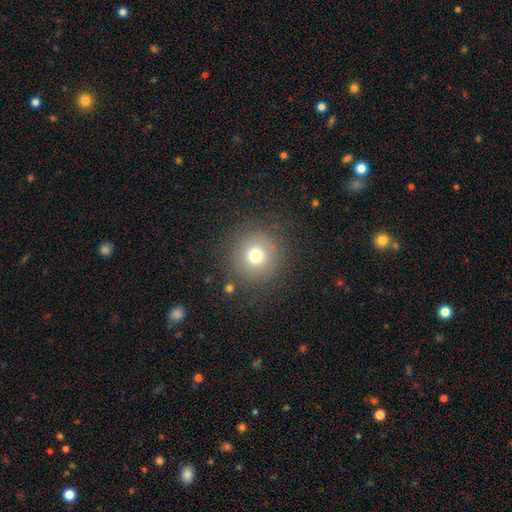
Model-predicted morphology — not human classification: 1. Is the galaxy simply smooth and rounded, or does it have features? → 72% smooth, 15% star or artifact, 13% featured or disk.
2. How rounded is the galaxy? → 95% round, 4% in between, 1% cigar-shaped.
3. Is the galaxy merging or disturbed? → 83% none, 9% minor disturbance, 5% major disturbance, 2% merger.